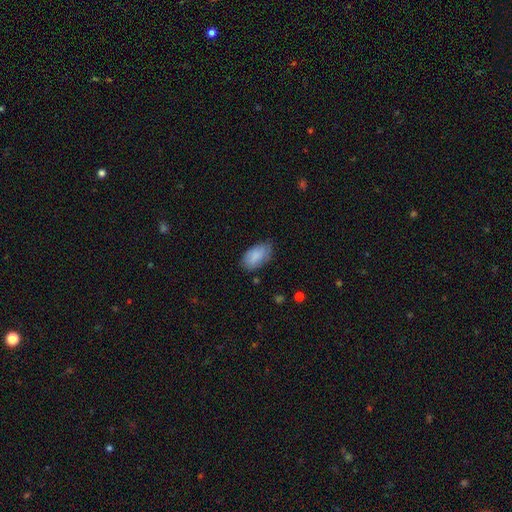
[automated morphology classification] Q: Smooth or featured?
A: smooth (85%); runner-up: featured or disk (9%)
Q: How rounded?
A: in between (94%); runner-up: round (4%)
Q: Merging?
A: none (66%); runner-up: minor disturbance (27%)